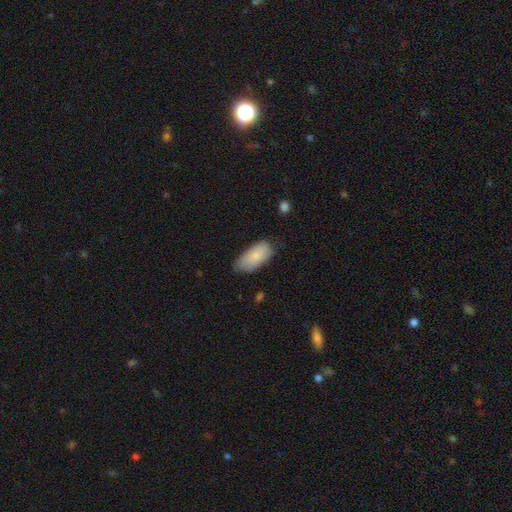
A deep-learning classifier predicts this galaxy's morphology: Smooth or featured? Predicted: smooth (p=0.80). How rounded? Predicted: in between (p=0.91). Merging? Predicted: none (p=0.65).